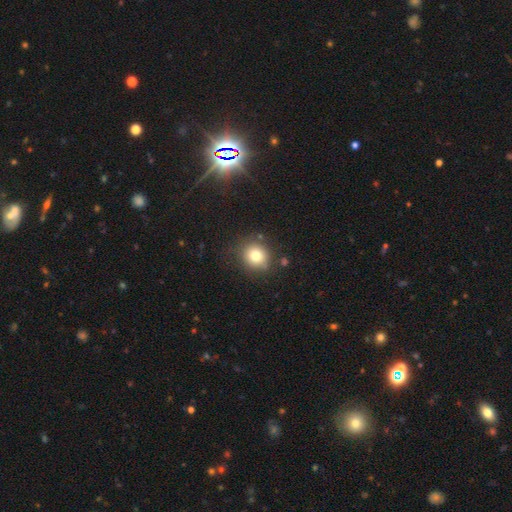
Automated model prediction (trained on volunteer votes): Q: Smooth or featured?
A: smooth (78%); runner-up: star or artifact (12%)
Q: How rounded?
A: round (82%); runner-up: in between (17%)
Q: Merging?
A: none (81%); runner-up: minor disturbance (12%)